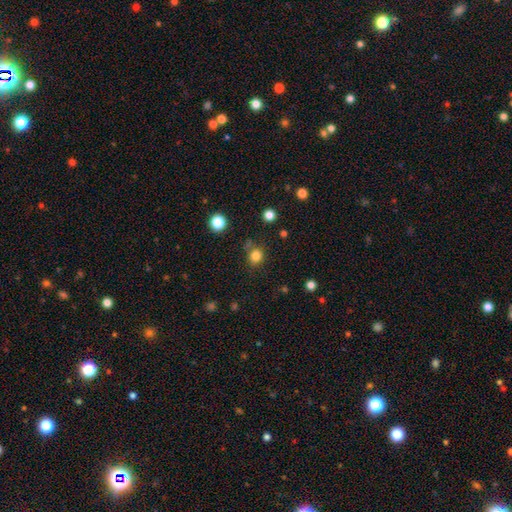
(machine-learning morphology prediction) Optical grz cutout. It shows a smooth galaxy with no disk features (81%) that is round (79%). Merging: none (77%).